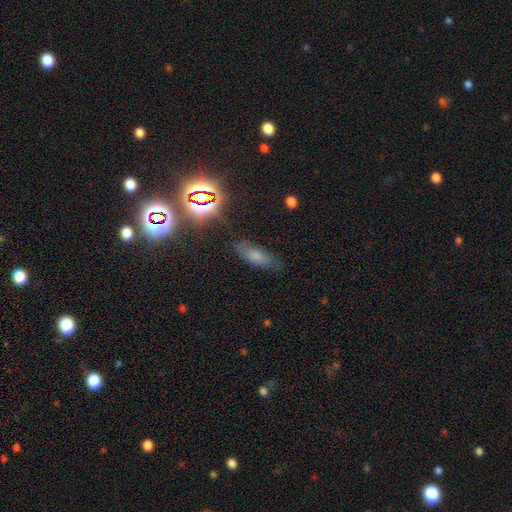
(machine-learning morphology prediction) A smooth galaxy with no disk features (62%) that is in between round and cigar-shaped (60%).

Vote fractions:
- Smooth or featured? smooth: 62% / star or artifact: 20% / featured or disk: 18%
- How rounded? in between: 60% / cigar-shaped: 36% / round: 4%
- Merging? none: 78% / minor disturbance: 15% / major disturbance: 5% / merger: 2%